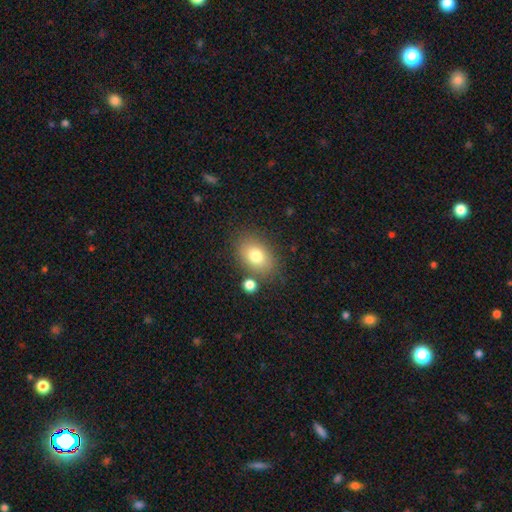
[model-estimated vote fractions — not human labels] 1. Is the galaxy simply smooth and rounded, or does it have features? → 79% smooth, 12% featured or disk, 10% star or artifact.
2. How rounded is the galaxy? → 78% in between, 21% round, 1% cigar-shaped.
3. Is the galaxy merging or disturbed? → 75% none, 13% minor disturbance, 8% merger, 4% major disturbance.